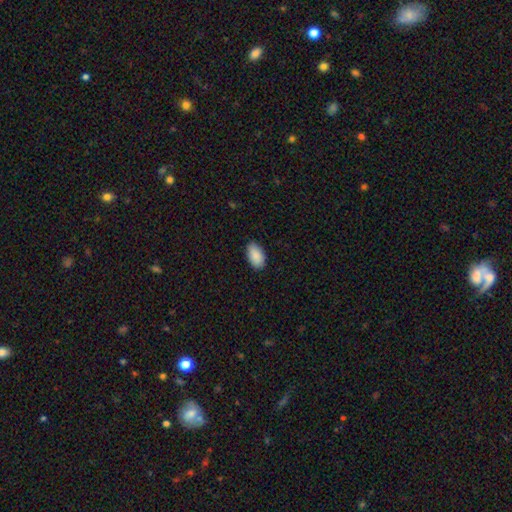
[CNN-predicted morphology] Smooth or featured: smooth — 90% (star or artifact — 6%)
How rounded: in between — 95% (round — 3%)
Merging: none — 88% (minor disturbance — 9%)